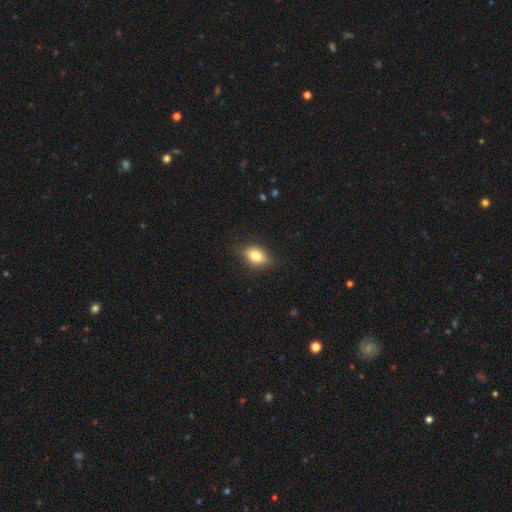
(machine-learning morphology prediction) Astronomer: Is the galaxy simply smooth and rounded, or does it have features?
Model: smooth — 80%.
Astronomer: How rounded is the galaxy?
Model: in between — 81%.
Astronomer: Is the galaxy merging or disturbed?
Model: none — 81%.